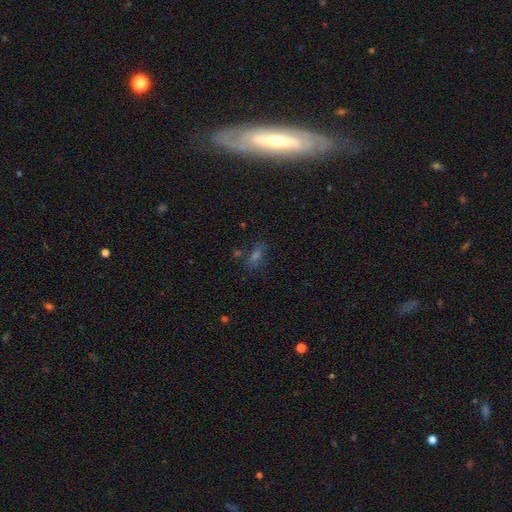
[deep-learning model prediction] smooth_or_featured: smooth (p=0.40) [alt: star or artifact p=0.33]
merging: none (p=0.71) [alt: minor disturbance p=0.15]